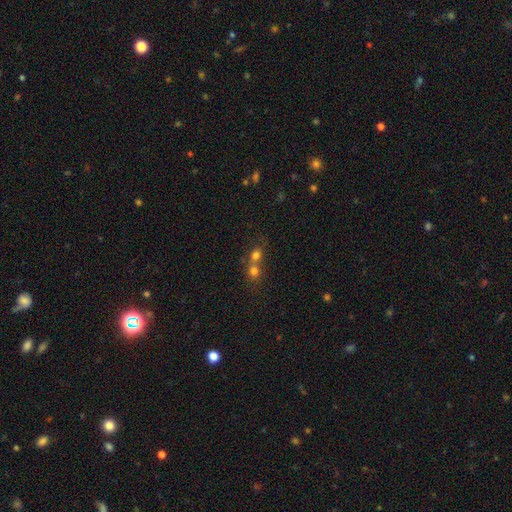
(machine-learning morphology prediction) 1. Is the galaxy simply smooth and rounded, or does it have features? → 73% smooth, 15% star or artifact, 12% featured or disk.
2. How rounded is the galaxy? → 78% round, 21% in between, 1% cigar-shaped.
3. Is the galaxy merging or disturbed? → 61% merger, 31% none, 5% minor disturbance, 3% major disturbance.